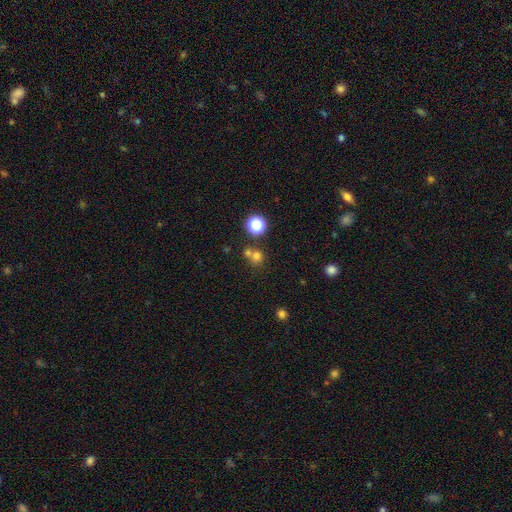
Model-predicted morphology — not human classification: Q: Smooth or featured?
A: smooth (71%); runner-up: star or artifact (21%)
Q: How rounded?
A: round (88%); runner-up: in between (11%)
Q: Merging?
A: none (57%); runner-up: merger (32%)